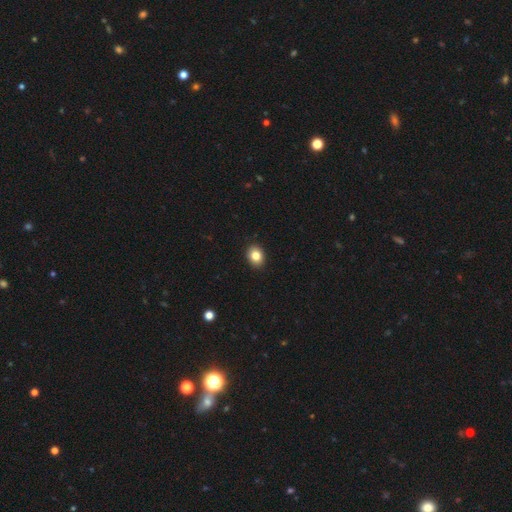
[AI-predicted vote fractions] A smooth galaxy with no disk features (84%) that is in between round and cigar-shaped (54%).

Vote fractions:
- Smooth or featured? smooth: 84% / star or artifact: 9% / featured or disk: 6%
- How rounded? in between: 54% / round: 45% / cigar-shaped: 1%
- Merging? none: 91% / minor disturbance: 7% / major disturbance: 2% / merger: 1%